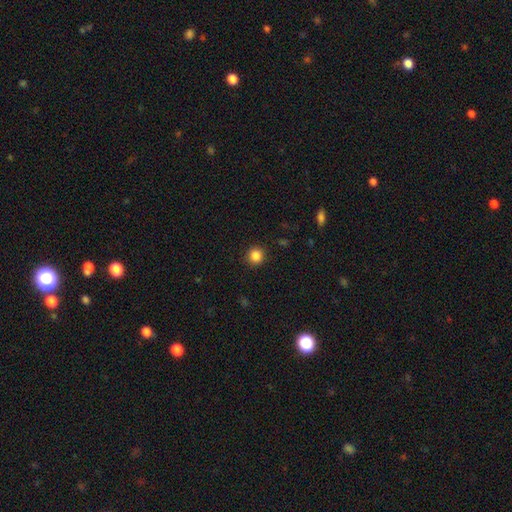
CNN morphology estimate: A smooth galaxy with no disk features (86%) that is round (92%). Merging: none (91%).